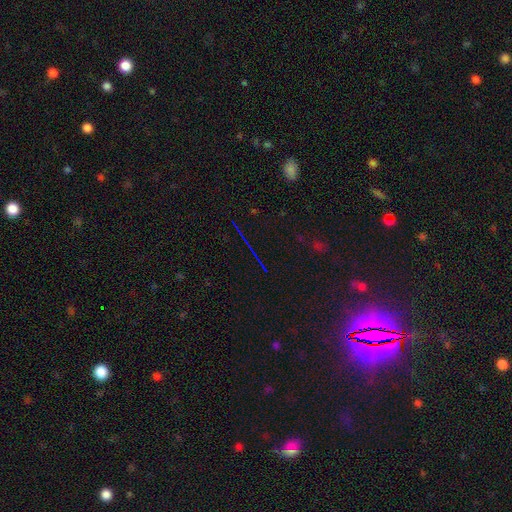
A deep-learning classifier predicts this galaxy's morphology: type=star or artifact (77%).